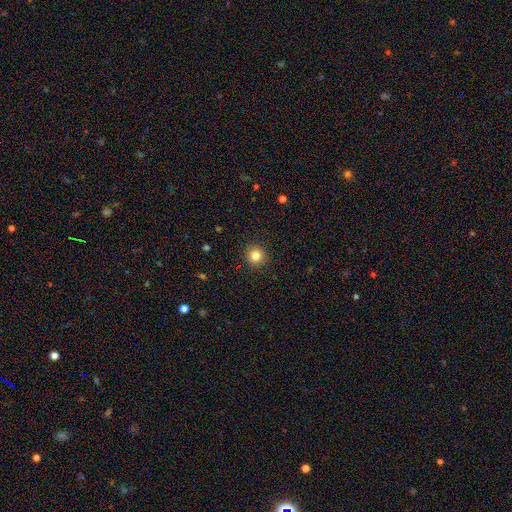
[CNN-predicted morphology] smooth-or-featured: smooth: 82% | star or artifact: 12% | featured or disk: 6%
  how-rounded: round: 95% | in between: 4% | cigar-shaped: 1%
  merging: none: 92% | minor disturbance: 5% | major disturbance: 2% | merger: 1%